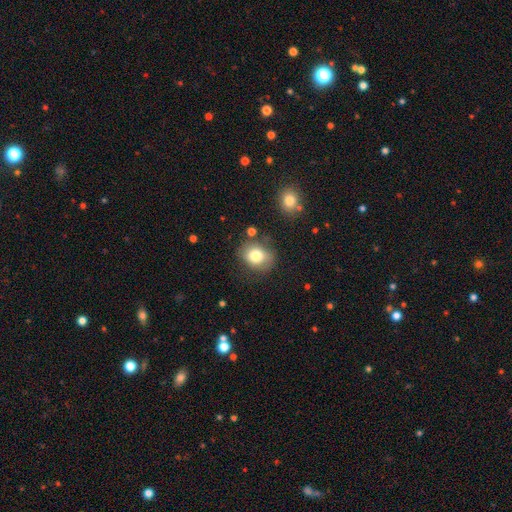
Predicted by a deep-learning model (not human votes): Smooth or featured?
  - smooth: 77% *
  - featured or disk: 13%
  - star or artifact: 10%
How rounded?
  - round: 56% *
  - in between: 43%
  - cigar-shaped: 1%
Merging?
  - none: 71% *
  - minor disturbance: 18%
  - major disturbance: 6%
  - merger: 5%